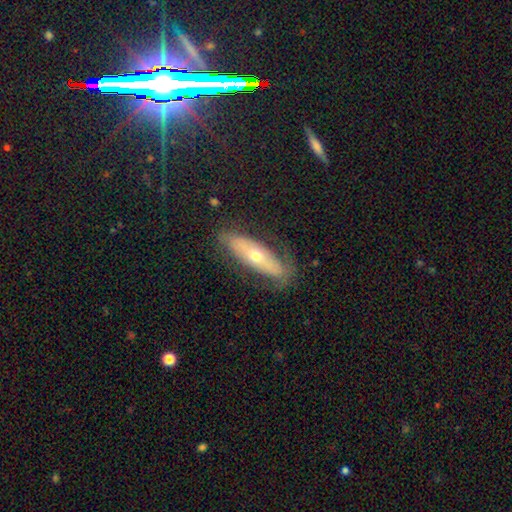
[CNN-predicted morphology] A featured or disk galaxy (54%). Merging: none (74%).